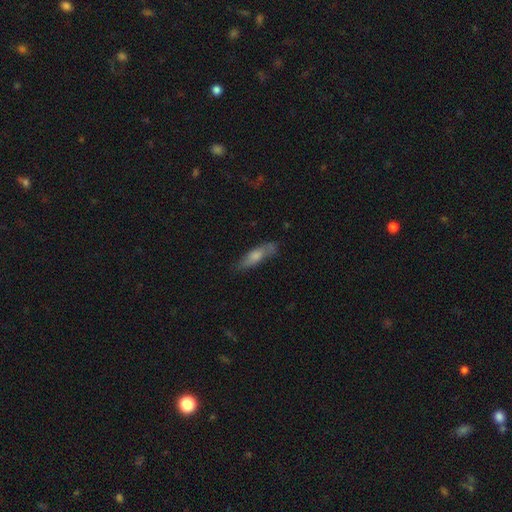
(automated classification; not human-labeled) Morphology: type=smooth (66%); roundness=cigar-shaped (64%); merging=none (72%).